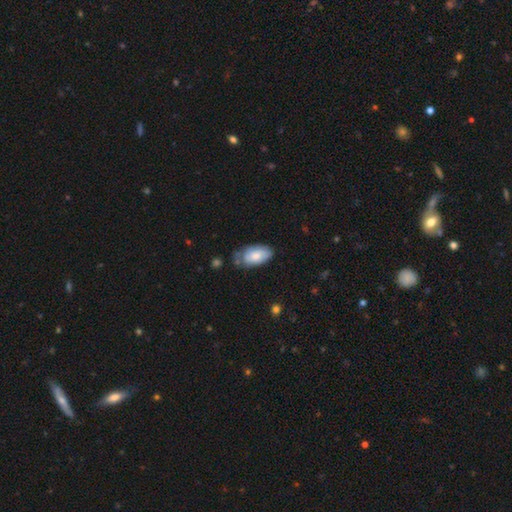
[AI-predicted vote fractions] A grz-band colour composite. It shows a smooth galaxy with no disk features (72%) that is in between round and cigar-shaped (94%). Merging: none (51%).